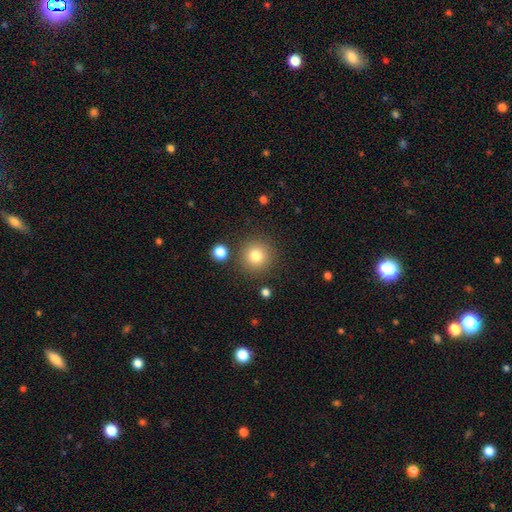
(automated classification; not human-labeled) smooth_or_featured: smooth (p=0.81) [alt: star or artifact p=0.11]
how_rounded: round (p=0.94) [alt: in between p=0.05]
merging: none (p=0.86) [alt: minor disturbance p=0.07]